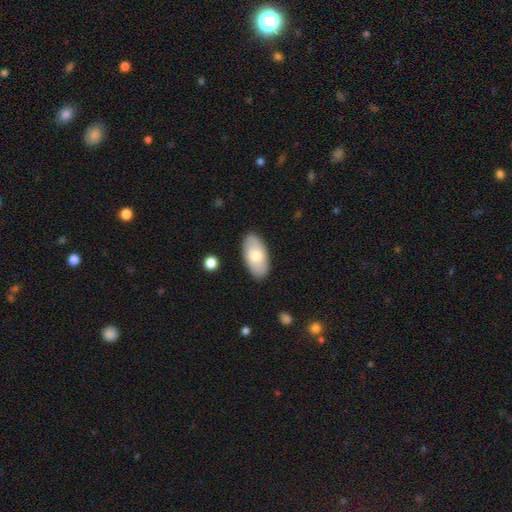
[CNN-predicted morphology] Smooth or featured: smooth — 73% (featured or disk — 22%)
How rounded: in between — 95% (cigar-shaped — 3%)
Merging: none — 86% (minor disturbance — 10%)